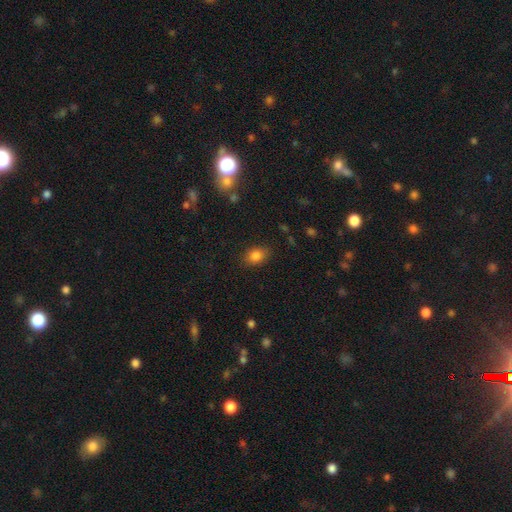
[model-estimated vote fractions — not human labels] Smooth or featured?
  - smooth: 83% *
  - star or artifact: 10%
  - featured or disk: 7%
How rounded?
  - in between: 74% *
  - round: 24%
  - cigar-shaped: 2%
Merging?
  - none: 83% *
  - minor disturbance: 12%
  - major disturbance: 3%
  - merger: 1%